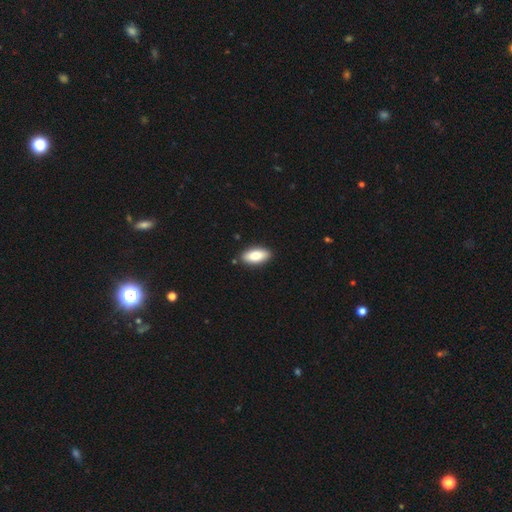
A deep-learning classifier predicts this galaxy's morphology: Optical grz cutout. It shows a smooth galaxy with no disk features (82%) that is in between round and cigar-shaped (88%). Merging: none (89%).